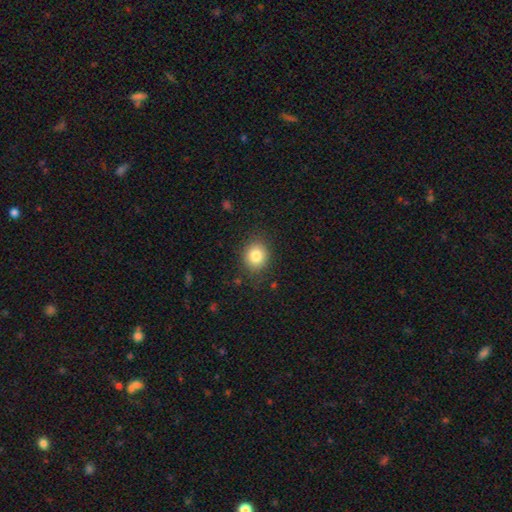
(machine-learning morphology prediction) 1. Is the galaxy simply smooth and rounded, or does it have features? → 83% smooth, 10% star or artifact, 7% featured or disk.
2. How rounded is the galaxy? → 73% round, 26% in between, 1% cigar-shaped.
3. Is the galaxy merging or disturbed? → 85% none, 11% minor disturbance, 3% major disturbance, 1% merger.